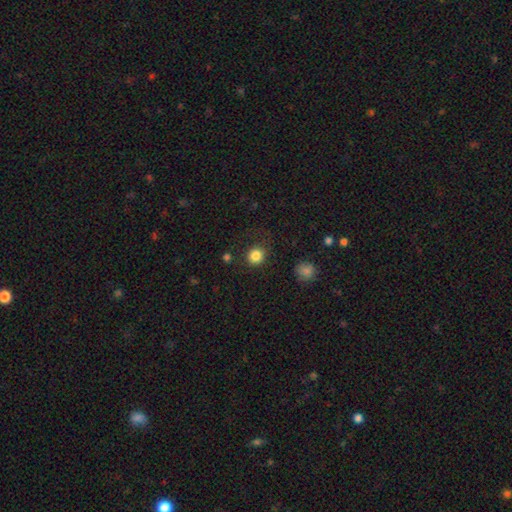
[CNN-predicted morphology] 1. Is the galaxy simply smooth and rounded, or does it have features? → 85% smooth, 11% star or artifact, 5% featured or disk.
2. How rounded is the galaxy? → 85% round, 14% in between, 1% cigar-shaped.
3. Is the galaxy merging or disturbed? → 81% none, 12% minor disturbance, 5% major disturbance, 2% merger.